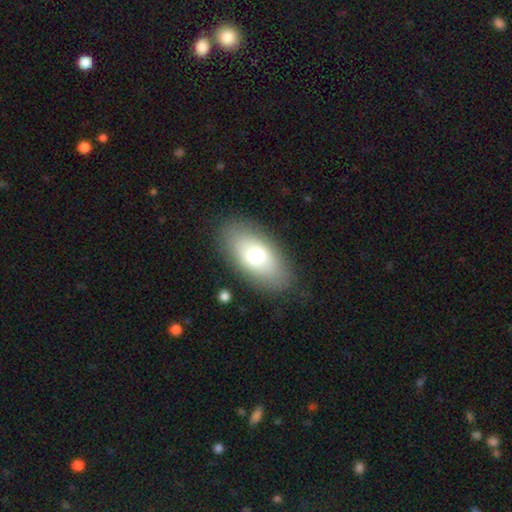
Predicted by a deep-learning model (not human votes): smooth_or_featured: smooth (p=0.69) [alt: featured or disk p=0.23]
how_rounded: in between (p=0.92) [alt: round p=0.05]
merging: none (p=0.84) [alt: minor disturbance p=0.11]